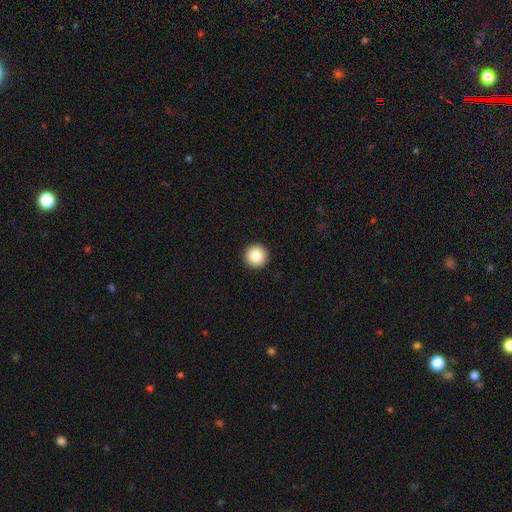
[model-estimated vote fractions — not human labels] Q: Smooth or featured?
A: smooth (84%); runner-up: star or artifact (9%)
Q: How rounded?
A: round (97%); runner-up: in between (2%)
Q: Merging?
A: none (94%); runner-up: minor disturbance (4%)